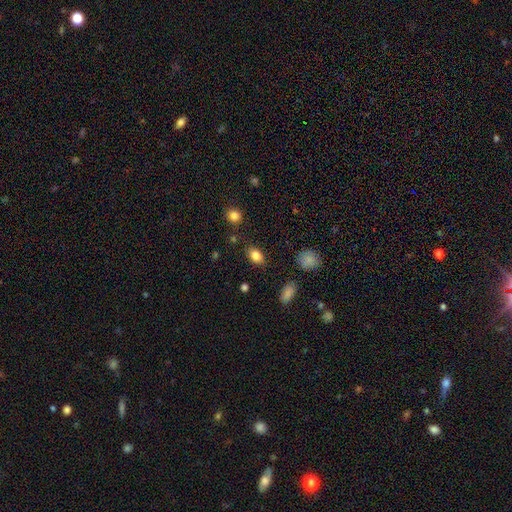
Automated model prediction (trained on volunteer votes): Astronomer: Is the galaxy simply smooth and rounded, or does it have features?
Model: smooth — 83%.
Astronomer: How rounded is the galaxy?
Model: in between — 81%.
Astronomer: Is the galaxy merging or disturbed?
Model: none — 84%.